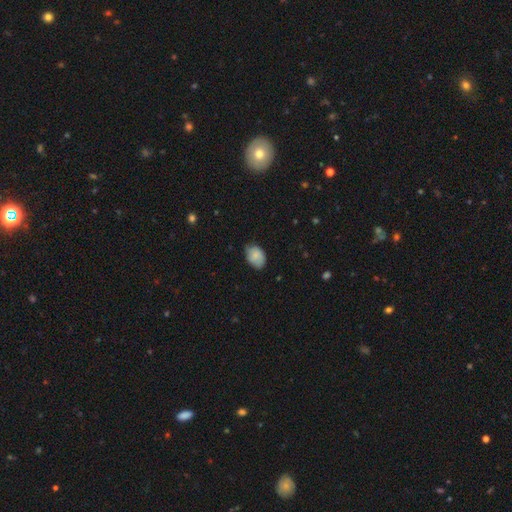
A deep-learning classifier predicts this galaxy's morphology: Overall: smooth (80%). How rounded: in between (79%). Merging: none (65%; minor disturbance 29%).